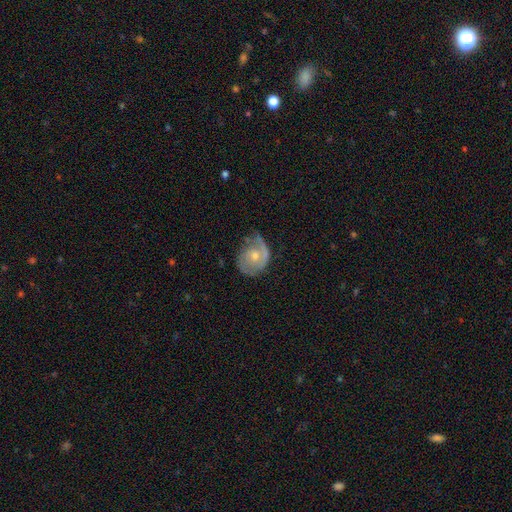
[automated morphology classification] A featured or disk galaxy (65%) with no bar (73%), 2 (44%) tight (42%) spiral arms (82%) and a moderate central bulge (50%).

Vote fractions:
- Smooth or featured? featured or disk: 65% / smooth: 29% / star or artifact: 6%
- Edge-on disk? no: 97% / yes: 3%
- Bar? no: 73% / weak: 23% / strong: 3%
- Spiral arms? yes: 82% / no: 18%
- Spiral winding? tight: 42% / medium: 37% / loose: 20%
- Spiral arm count? 2: 44% / 1: 34% / can't tell: 17% / 3: 3% / 4: 1% / more than 4: 1%
- Bulge size? moderate: 50% / small: 45% / large: 2% / none: 2% / dominant: 1%
- Merging? none: 48% / minor disturbance: 32% / major disturbance: 18% / merger: 2%